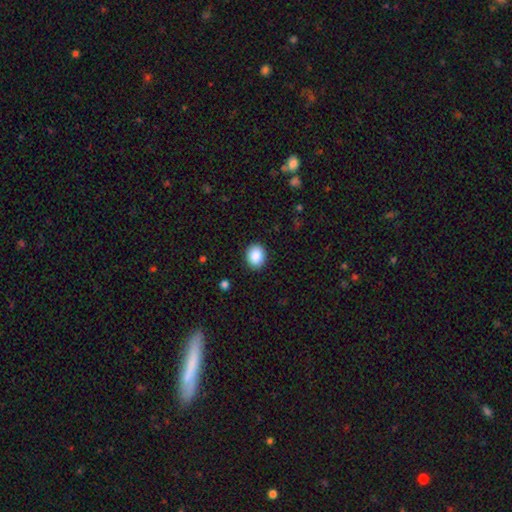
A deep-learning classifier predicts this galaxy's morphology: A smooth galaxy with no disk features (89%) that is round (58%).

Vote fractions:
- Smooth or featured? smooth: 89% / star or artifact: 8% / featured or disk: 4%
- How rounded? round: 58% / in between: 41% / cigar-shaped: 1%
- Merging? none: 90% / minor disturbance: 7% / major disturbance: 2% / merger: 1%